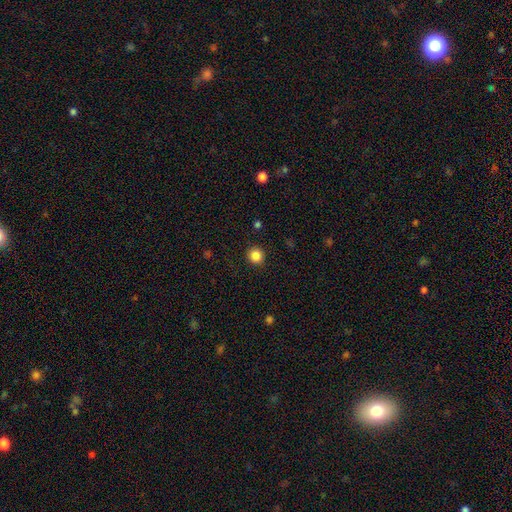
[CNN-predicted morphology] Overall: smooth (86%). How rounded: round (91%). Merging: none (91%).